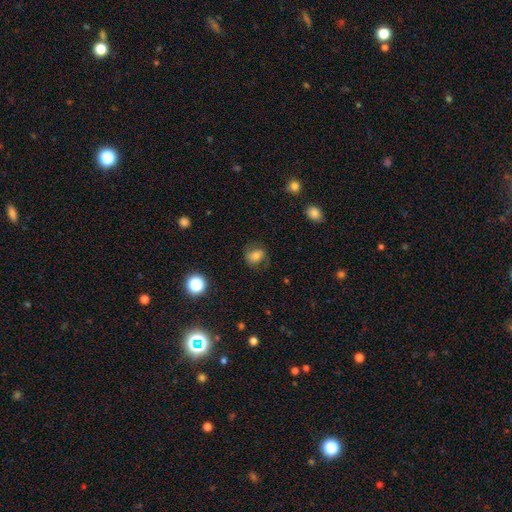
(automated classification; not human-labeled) smooth_or_featured: smooth (p=0.61) [alt: featured or disk p=0.26]
how_rounded: round (p=0.52) [alt: in between p=0.46]
merging: none (p=0.70) [alt: minor disturbance p=0.19]